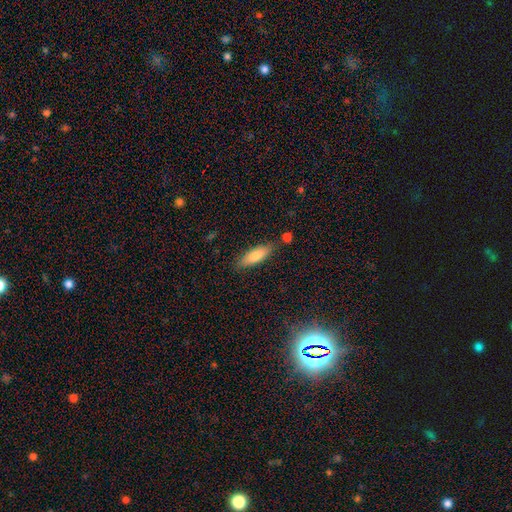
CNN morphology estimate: The model was most divided on "how rounded": in between: 54%, cigar-shaped: 45%, round: 2%. More confident: merging — none (81%); smooth or featured — smooth (80%).